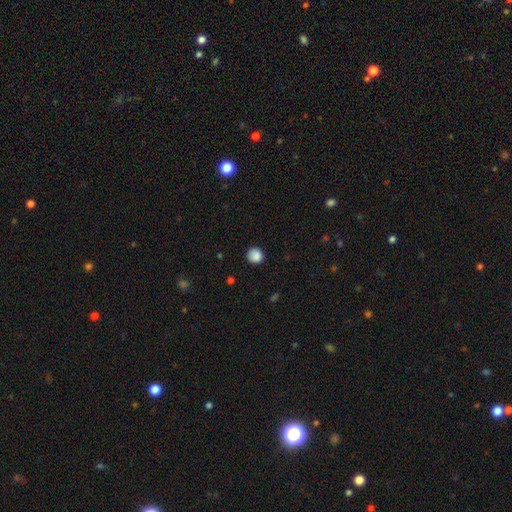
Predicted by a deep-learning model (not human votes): A smooth galaxy with no disk features (87%) that is round (92%). Merging: none (87%).